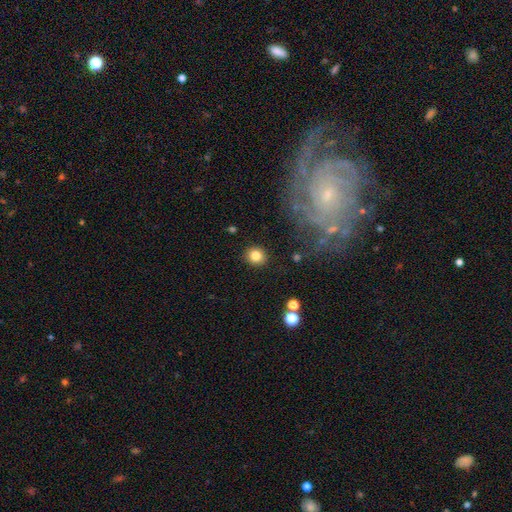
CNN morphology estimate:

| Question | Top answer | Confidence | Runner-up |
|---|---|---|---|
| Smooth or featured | smooth | 82% | star or artifact (11%) |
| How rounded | round | 87% | in between (12%) |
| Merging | none | 90% | minor disturbance (6%) |